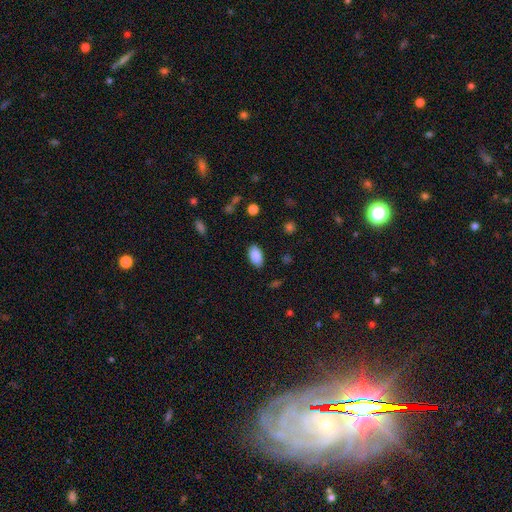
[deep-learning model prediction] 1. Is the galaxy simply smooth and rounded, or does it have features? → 88% smooth, 7% star or artifact, 4% featured or disk.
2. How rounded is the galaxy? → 94% in between, 4% round, 2% cigar-shaped.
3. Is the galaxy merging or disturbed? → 86% none, 10% minor disturbance, 3% major disturbance, 1% merger.